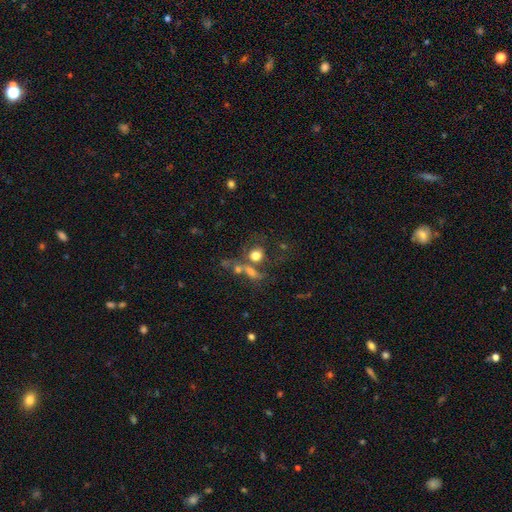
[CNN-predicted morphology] Smooth or featured?
  - smooth: 69% *
  - featured or disk: 17%
  - star or artifact: 15%
How rounded?
  - round: 73% *
  - in between: 25%
  - cigar-shaped: 2%
Merging?
  - none: 39% *
  - merger: 38%
  - major disturbance: 12%
  - minor disturbance: 11%